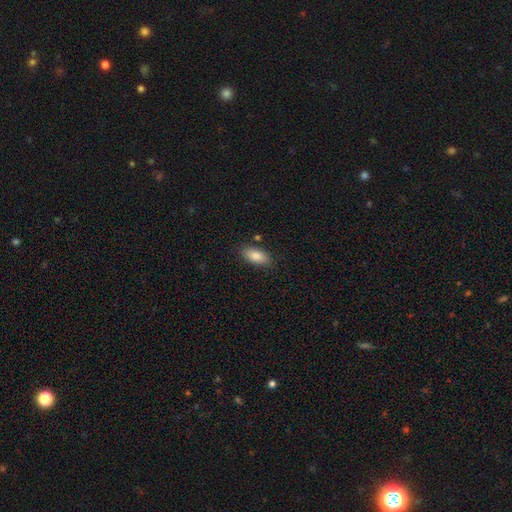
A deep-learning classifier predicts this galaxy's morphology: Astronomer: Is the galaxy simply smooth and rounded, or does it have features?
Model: smooth — 86%.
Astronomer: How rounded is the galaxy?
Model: in between — 90%.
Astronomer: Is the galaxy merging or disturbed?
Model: none — 84%.